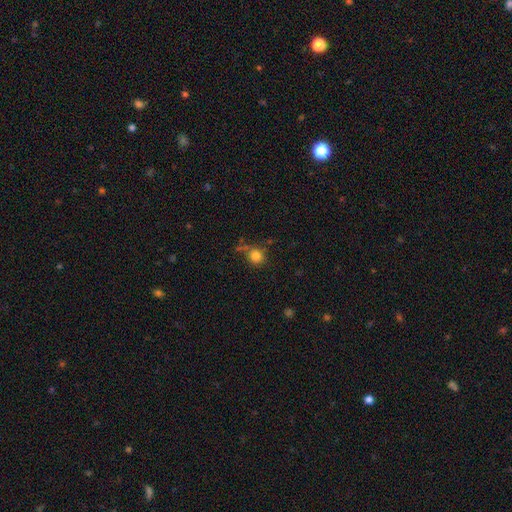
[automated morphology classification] A smooth galaxy with no disk features (82%) that is round (88%). Merging: none (65%).